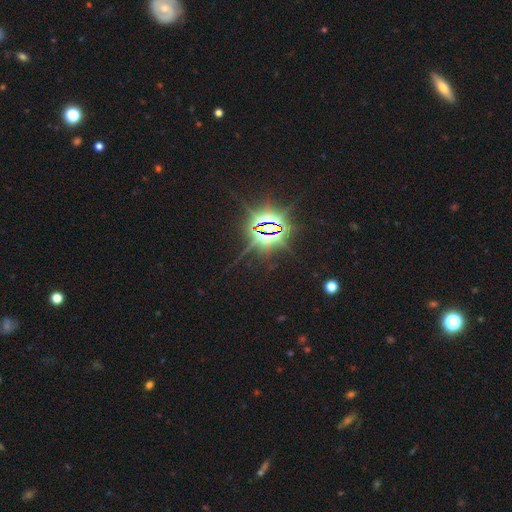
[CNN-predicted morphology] Q: Smooth or featured?
A: star or artifact (86%); runner-up: smooth (8%)